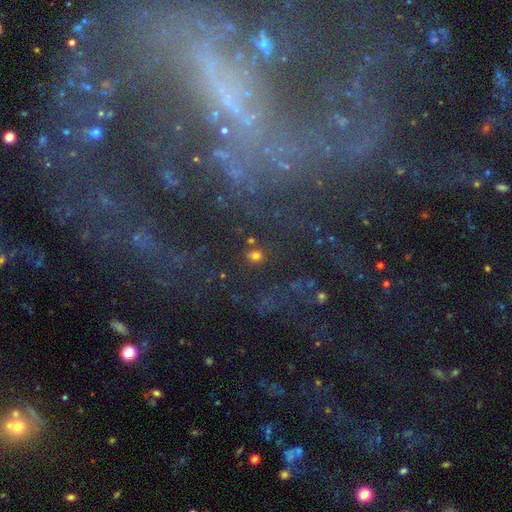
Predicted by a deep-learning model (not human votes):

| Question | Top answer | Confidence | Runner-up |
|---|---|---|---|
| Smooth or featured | smooth | 69% | star or artifact (24%) |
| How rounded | round | 80% | in between (18%) |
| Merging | none | 80% | minor disturbance (9%) |